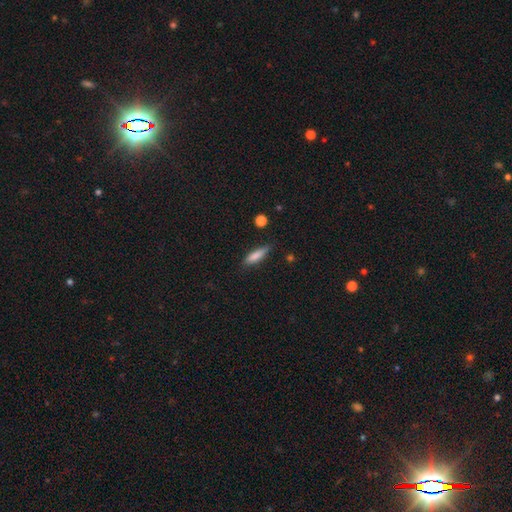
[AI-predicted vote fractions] This is likely a smooth galaxy (80%). How rounded: likely cigar-shaped (65%). Merging: likely none (78%).